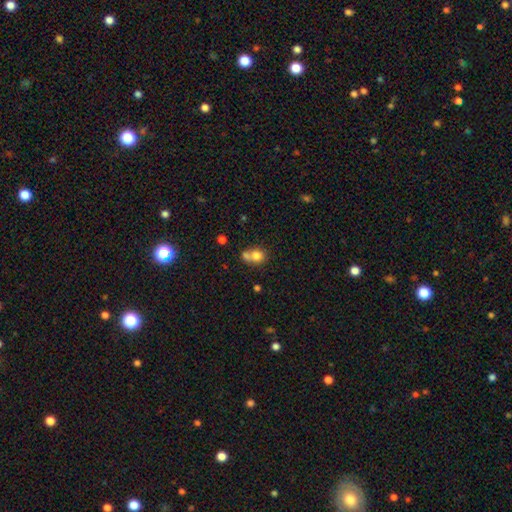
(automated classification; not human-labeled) A smooth galaxy with no disk features (79%) that is round (72%). Merging: merger (47%).